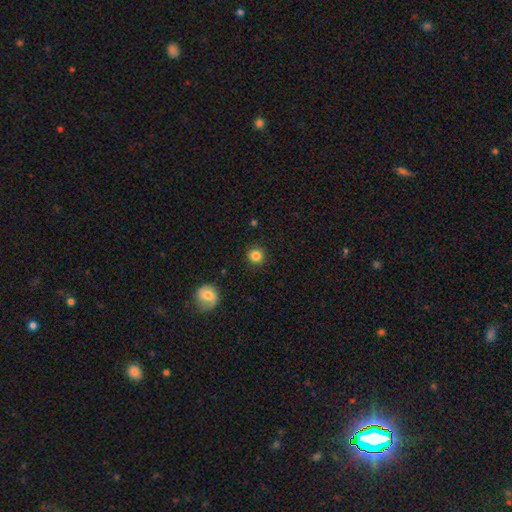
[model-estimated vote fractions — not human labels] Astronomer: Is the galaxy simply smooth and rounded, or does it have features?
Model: smooth — 84%.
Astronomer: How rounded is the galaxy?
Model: round — 94%.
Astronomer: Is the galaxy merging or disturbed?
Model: none — 90%.